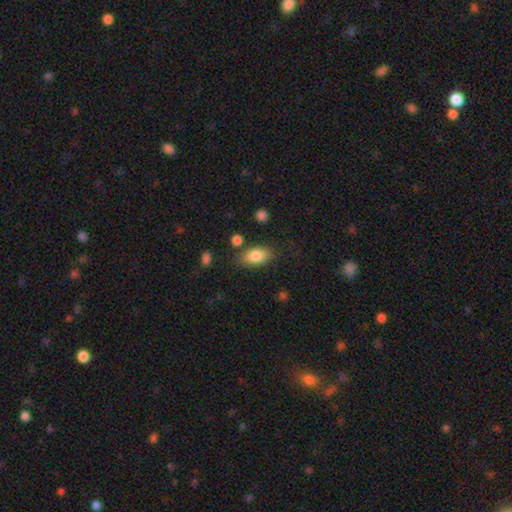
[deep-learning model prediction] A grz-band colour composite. It shows a smooth galaxy with no disk features (83%) that is in between round and cigar-shaped (89%). Merging: none (77%).